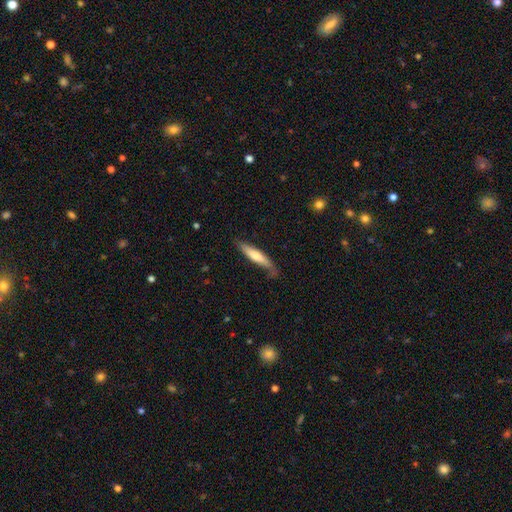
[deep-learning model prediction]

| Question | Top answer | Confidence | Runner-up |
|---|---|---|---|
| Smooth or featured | smooth | 63% | featured or disk (32%) |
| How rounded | cigar-shaped | 85% | in between (14%) |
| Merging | none | 65% | minor disturbance (26%) |